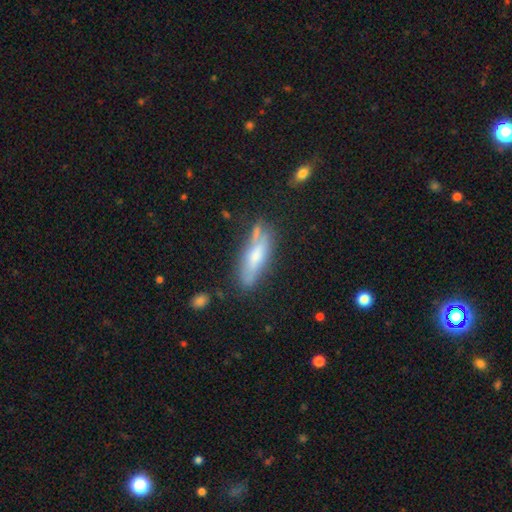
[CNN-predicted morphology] Smooth or featured?
  - smooth: 52% *
  - featured or disk: 41%
  - star or artifact: 7%
How rounded?
  - cigar-shaped: 56% *
  - in between: 42%
  - round: 2%
Merging?
  - none: 67% *
  - minor disturbance: 21%
  - major disturbance: 6%
  - merger: 6%